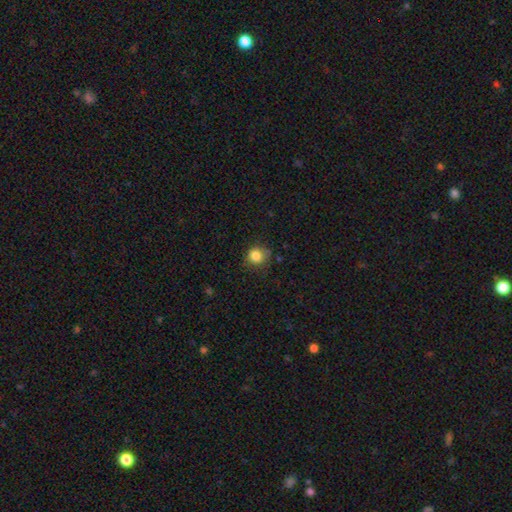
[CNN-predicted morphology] smooth 84%, star or artifact 11%, featured or disk 5%. Down the decision tree: how rounded — round (84%); merging — none (75%).